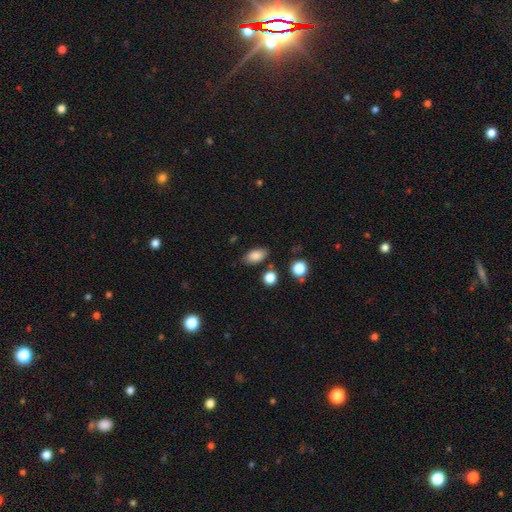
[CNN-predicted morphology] Smooth or featured? Predicted: smooth (p=0.85). How rounded? Predicted: in between (p=0.90). Merging? Predicted: none (p=0.81).